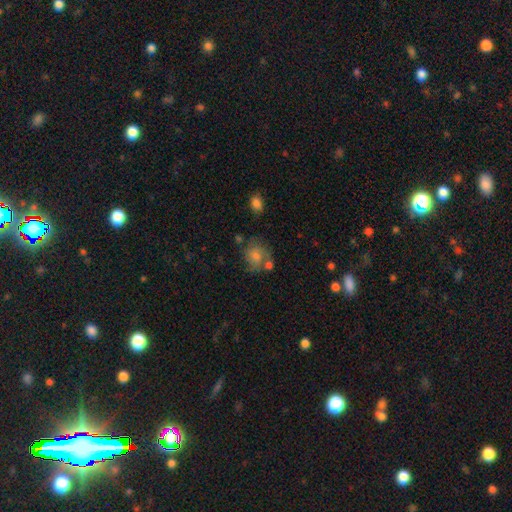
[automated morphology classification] smooth-or-featured: smooth: 49% | featured or disk: 36% | star or artifact: 14%
  merging: none: 59% | minor disturbance: 19% | merger: 13% | major disturbance: 9%